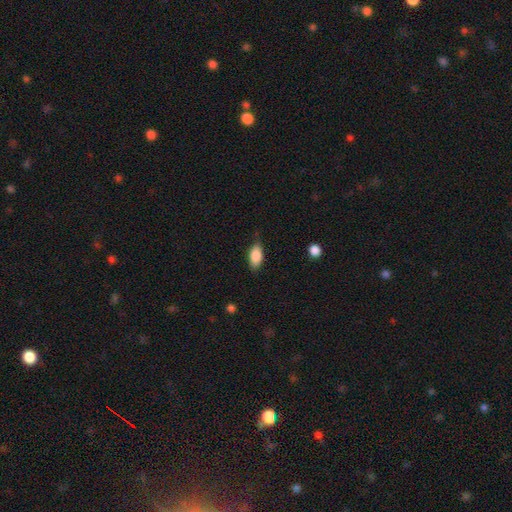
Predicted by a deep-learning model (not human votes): Smooth or featured?
  - smooth: 87% *
  - star or artifact: 7%
  - featured or disk: 6%
How rounded?
  - in between: 90% *
  - cigar-shaped: 6%
  - round: 4%
Merging?
  - none: 77% *
  - minor disturbance: 18%
  - major disturbance: 4%
  - merger: 1%